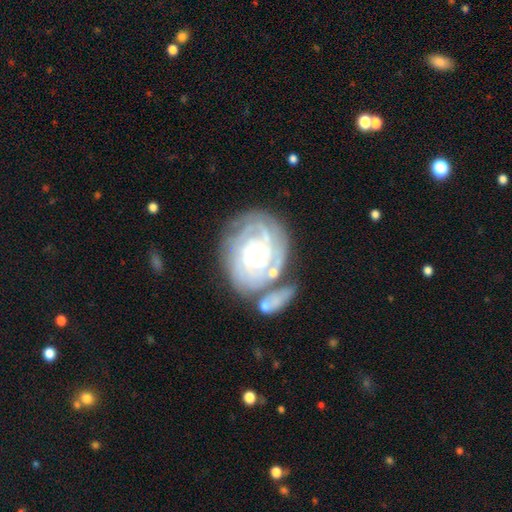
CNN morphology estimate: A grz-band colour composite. It shows a featured or disk galaxy (83%) with no bar (67%), tight (78%) spiral arms (93%) and a moderate central bulge (50%). Merging: none (58%).